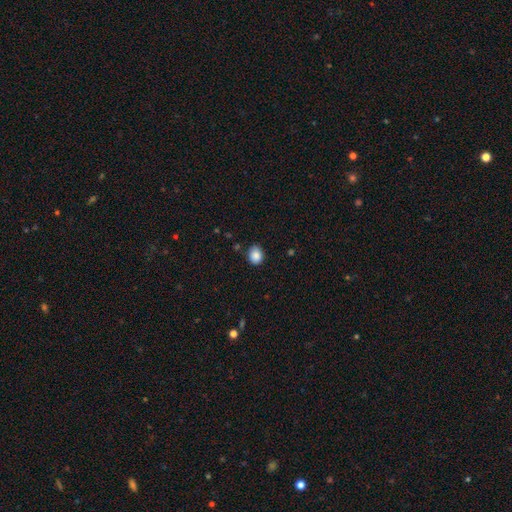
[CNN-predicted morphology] smooth 87%, star or artifact 9%, featured or disk 4%. Down the decision tree: how rounded — round (53%); merging — none (83%).